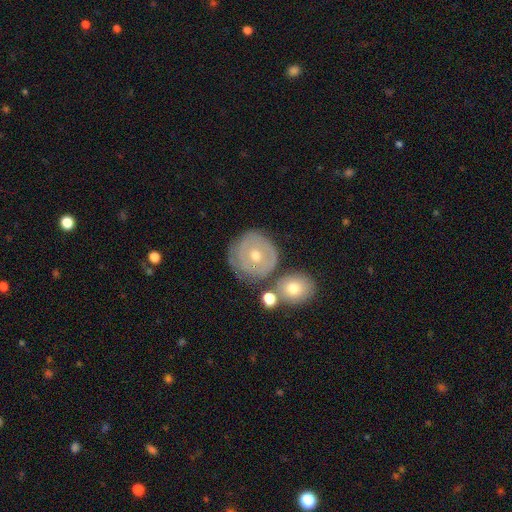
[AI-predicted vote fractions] Q: Smooth or featured?
A: featured or disk (61%); runner-up: smooth (31%)
Q: Edge-on disk?
A: no (96%); runner-up: yes (4%)
Q: Bar?
A: no (81%); runner-up: weak (15%)
Q: Spiral arms?
A: yes (56%); runner-up: no (44%)
Q: Bulge size?
A: moderate (59%); runner-up: small (37%)
Q: Merging?
A: none (70%); runner-up: minor disturbance (15%)